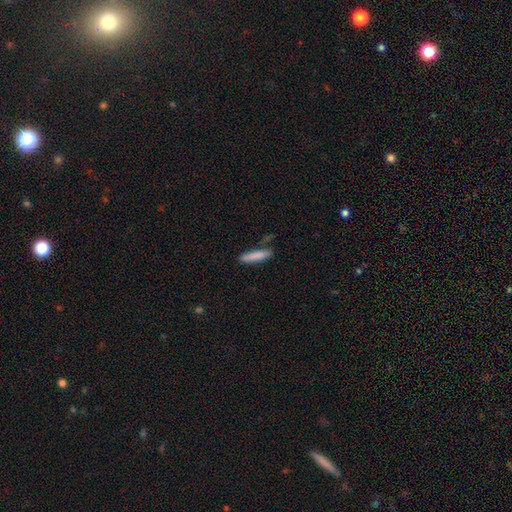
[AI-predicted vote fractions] Morphology: type=smooth (82%); roundness=cigar-shaped (85%); merging=none (69%).